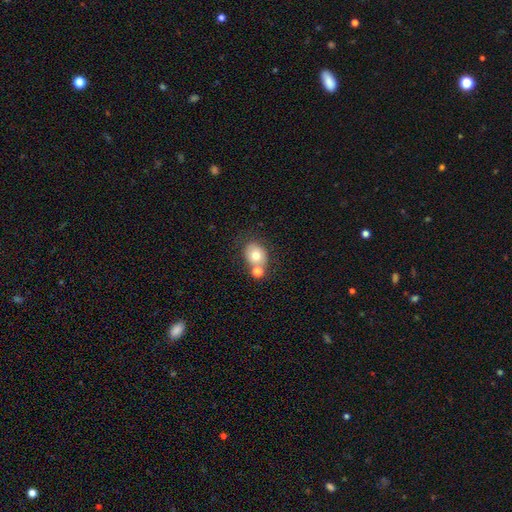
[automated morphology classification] Smooth or featured? Predicted: smooth (p=0.73). How rounded? Predicted: round (p=0.56). Merging? Predicted: none (p=0.54).